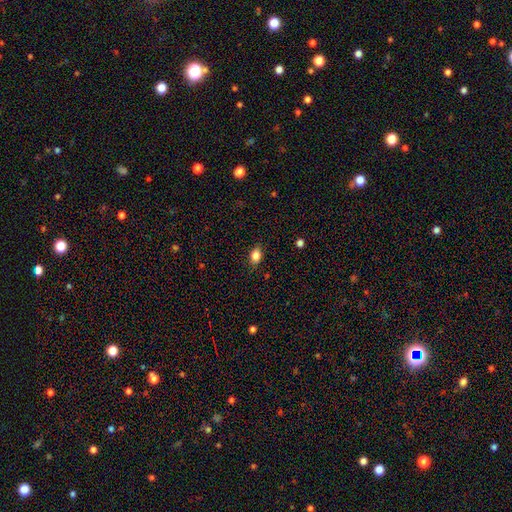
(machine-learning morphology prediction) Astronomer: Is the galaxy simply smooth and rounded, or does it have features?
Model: smooth — 85%.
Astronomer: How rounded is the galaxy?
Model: in between — 78%.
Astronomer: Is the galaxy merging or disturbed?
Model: none — 86%.